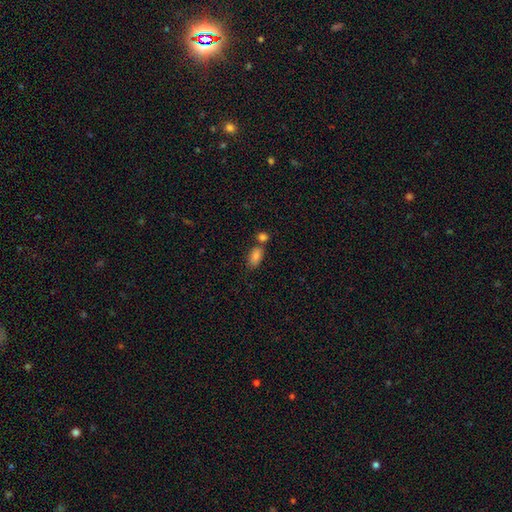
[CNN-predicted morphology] smooth-or-featured: smooth: 83% | star or artifact: 10% | featured or disk: 7%
  how-rounded: in between: 90% | round: 6% | cigar-shaped: 3%
  merging: none: 57% | merger: 27% | minor disturbance: 12% | major disturbance: 4%